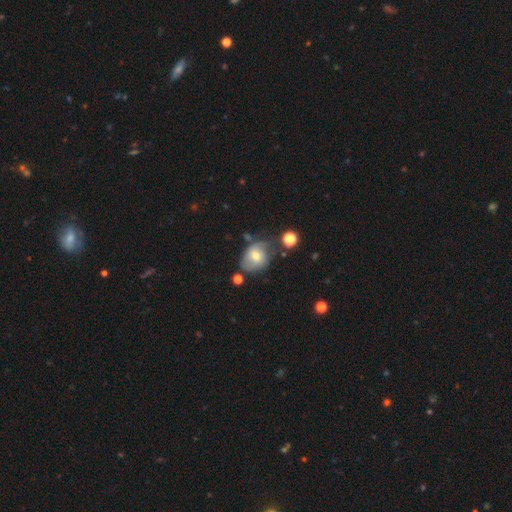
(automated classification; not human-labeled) smooth_or_featured: smooth (p=0.53) [alt: featured or disk p=0.37]
how_rounded: in between (p=0.56) [alt: round p=0.43]
merging: none (p=0.45) [alt: minor disturbance p=0.33]